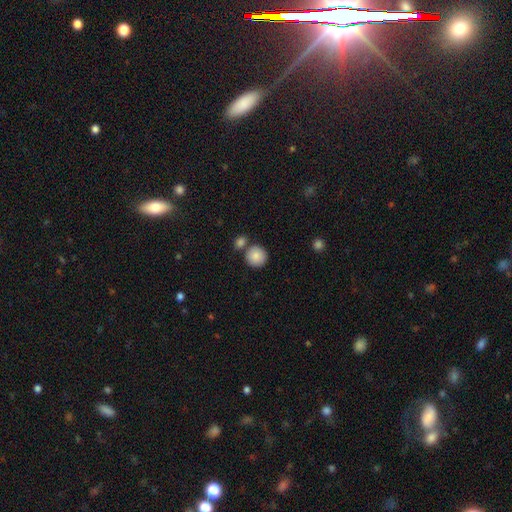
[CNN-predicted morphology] Smooth or featured? Predicted: smooth (p=0.86). How rounded? Predicted: round (p=0.93). Merging? Predicted: none (p=0.70).